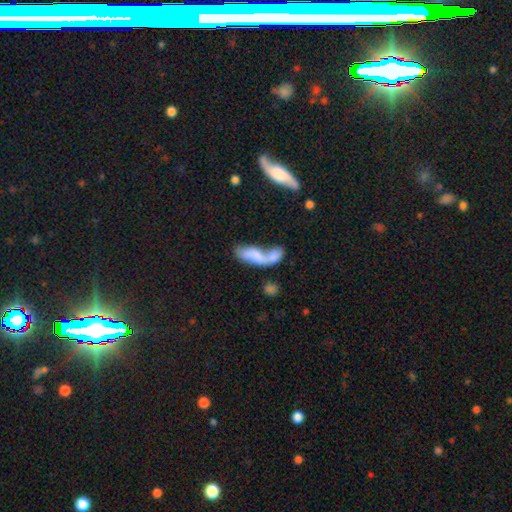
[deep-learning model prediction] smooth_or_featured: smooth (p=0.65) [alt: featured or disk p=0.26]
how_rounded: in between (p=0.68) [alt: cigar-shaped p=0.28]
merging: merger (p=0.68) [alt: none p=0.15]